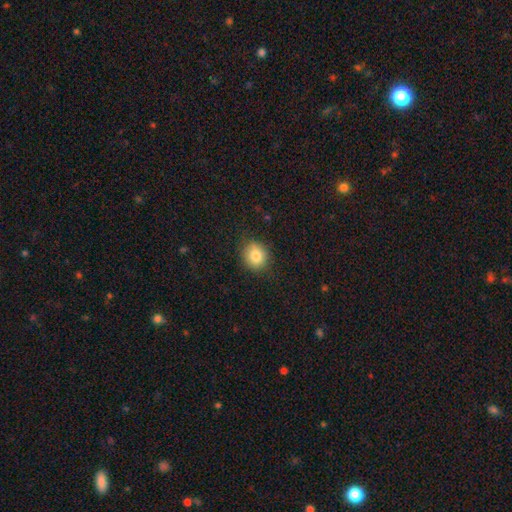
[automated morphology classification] Overall: smooth (83%). How rounded: round (75%). Merging: none (86%).